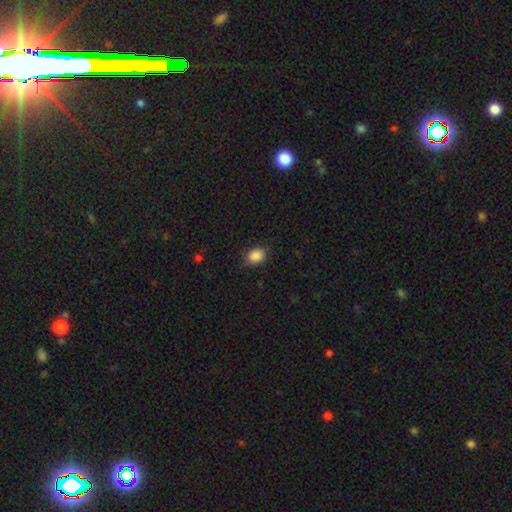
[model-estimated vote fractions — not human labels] A smooth galaxy with no disk features (88%) that is in between round and cigar-shaped (59%). Merging: none (78%).